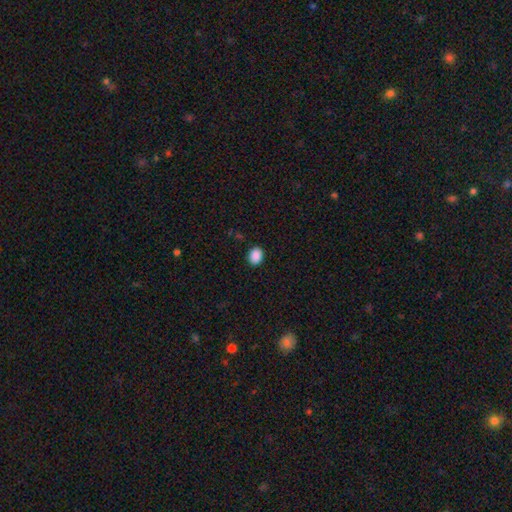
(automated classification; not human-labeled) Smooth or featured: smooth — 89% (star or artifact — 8%)
How rounded: in between — 58% (round — 41%)
Merging: none — 90% (minor disturbance — 7%)